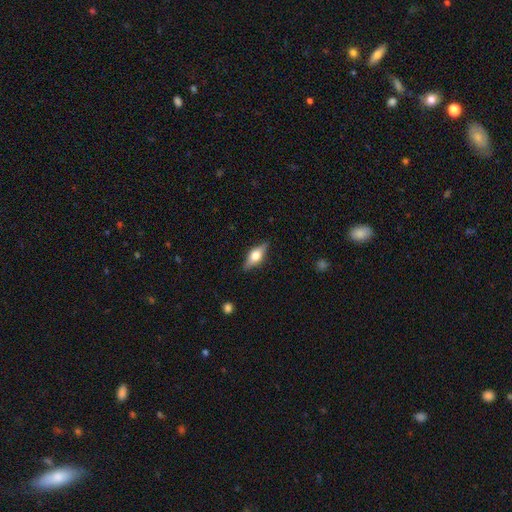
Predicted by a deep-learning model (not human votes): Smooth or featured? Predicted: featured or disk (p=0.51). Edge-on disk? Predicted: yes (p=0.91). Merging? Predicted: none (p=0.85).